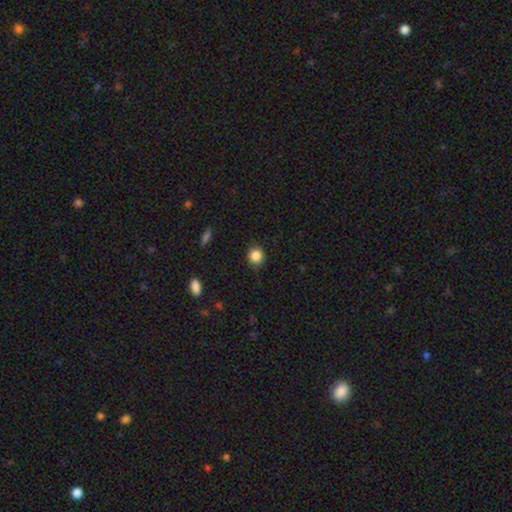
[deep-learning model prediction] Overall: smooth (86%). How rounded: round (88%). Merging: none (86%).